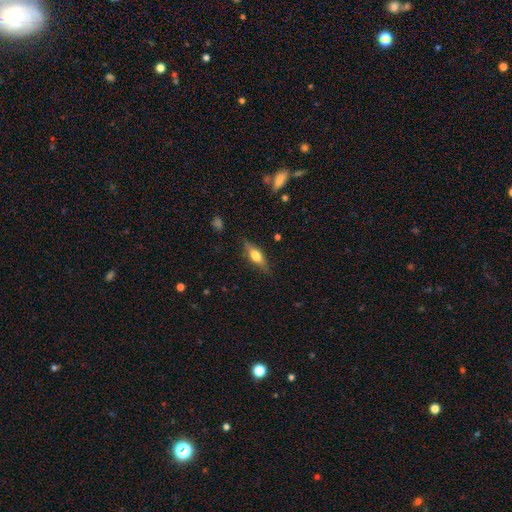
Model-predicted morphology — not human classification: A smooth galaxy with no disk features (52%) that is in between round and cigar-shaped (53%). Merging: none (81%).